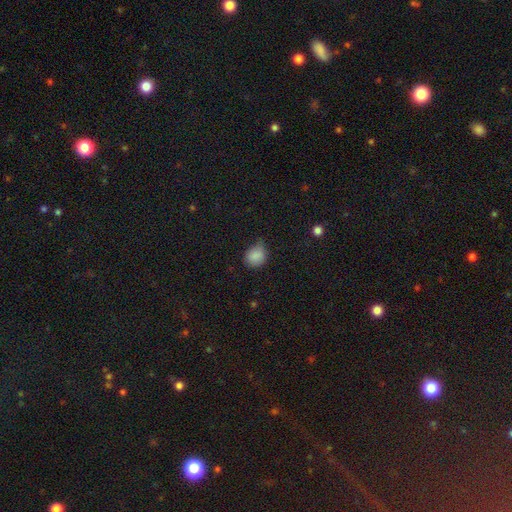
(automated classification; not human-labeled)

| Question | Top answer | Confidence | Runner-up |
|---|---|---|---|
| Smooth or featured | smooth | 85% | star or artifact (10%) |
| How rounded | round | 63% | in between (36%) |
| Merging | none | 52% | minor disturbance (38%) |